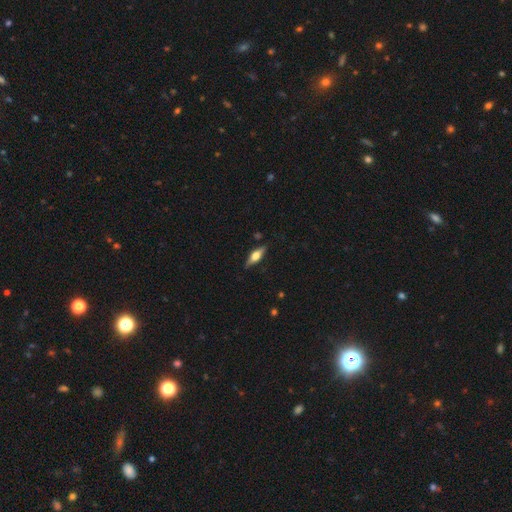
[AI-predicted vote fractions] Overall: featured or disk (55%; smooth 39%). Edge-on disk: yes (93%). Edge-on bulge: rounded (89%). Merging: none (84%).